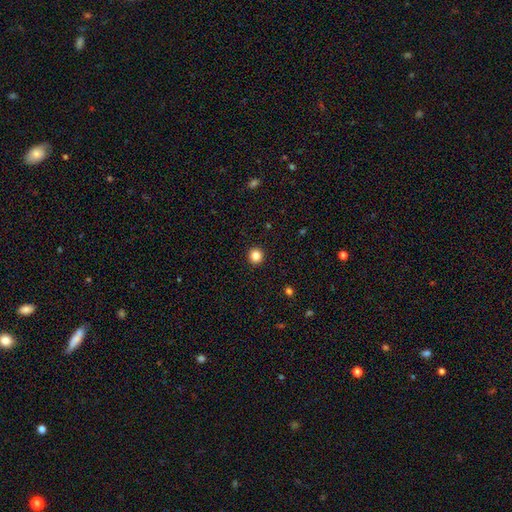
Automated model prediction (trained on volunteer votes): Smooth or featured? Predicted: smooth (p=0.84). How rounded? Predicted: round (p=0.94). Merging? Predicted: none (p=0.93).